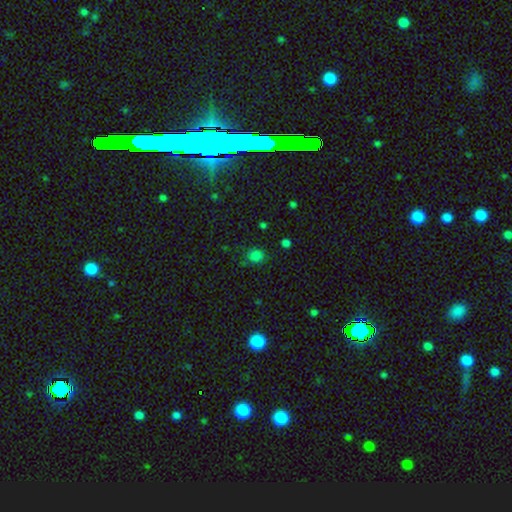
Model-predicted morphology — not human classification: Smooth or featured? smooth (79%)
How rounded? round (76%)
Merging? none (78%)